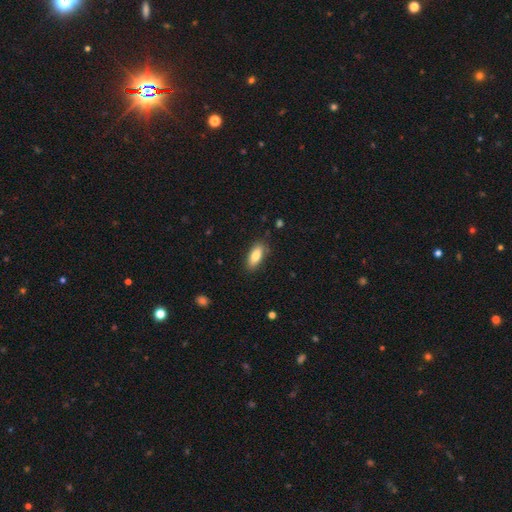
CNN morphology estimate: The model was most divided on "how rounded": in between: 81%, cigar-shaped: 16%, round: 2%. More confident: merging — none (84%); smooth or featured — smooth (83%).